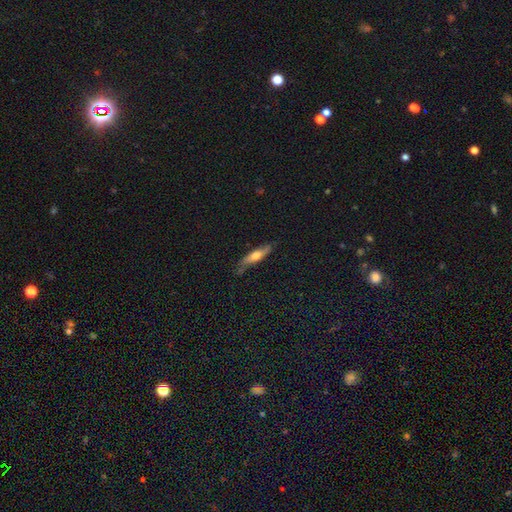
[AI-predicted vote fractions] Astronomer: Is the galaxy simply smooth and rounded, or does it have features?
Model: smooth — 53% (runner-up: featured or disk, 41%).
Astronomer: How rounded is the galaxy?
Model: cigar-shaped — 75%.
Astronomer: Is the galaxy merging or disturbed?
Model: none — 72%.